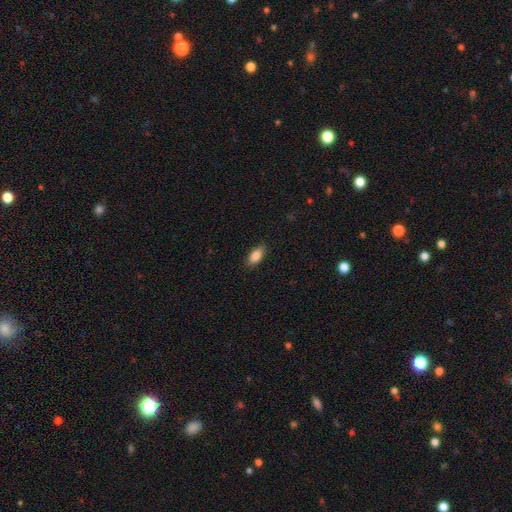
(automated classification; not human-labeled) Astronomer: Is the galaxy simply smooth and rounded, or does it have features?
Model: smooth — 85%.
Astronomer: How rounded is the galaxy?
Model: in between — 87%.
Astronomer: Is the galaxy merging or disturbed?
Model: none — 86%.